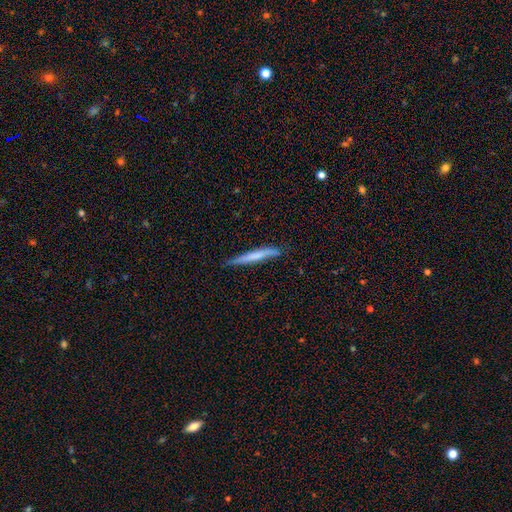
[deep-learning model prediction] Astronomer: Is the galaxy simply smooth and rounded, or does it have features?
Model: smooth — 58% (runner-up: featured or disk, 37%).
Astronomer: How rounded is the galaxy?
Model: cigar-shaped — 95%.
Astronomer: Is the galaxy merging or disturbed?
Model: none — 72%.